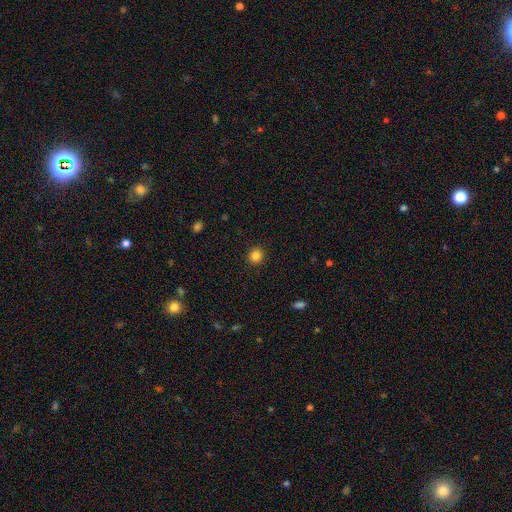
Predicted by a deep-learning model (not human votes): A smooth galaxy with no disk features (84%) that is round (89%).

Vote fractions:
- Smooth or featured? smooth: 84% / star or artifact: 11% / featured or disk: 4%
- How rounded? round: 89% / in between: 10% / cigar-shaped: 1%
- Merging? none: 91% / minor disturbance: 6% / major disturbance: 2% / merger: 1%